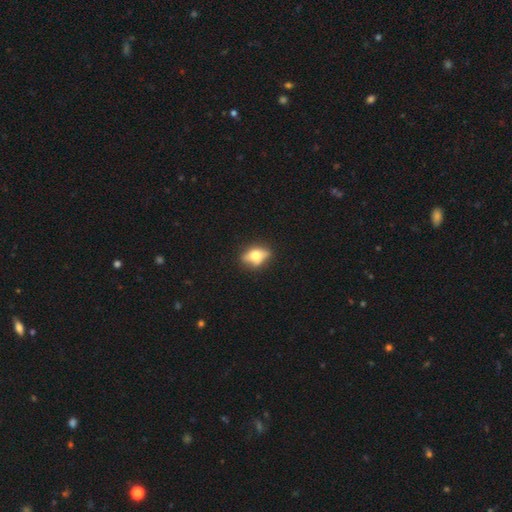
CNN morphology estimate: Smooth or featured: smooth — 53% (featured or disk — 38%)
How rounded: in between — 71% (round — 22%)
Merging: none — 76% (minor disturbance — 18%)